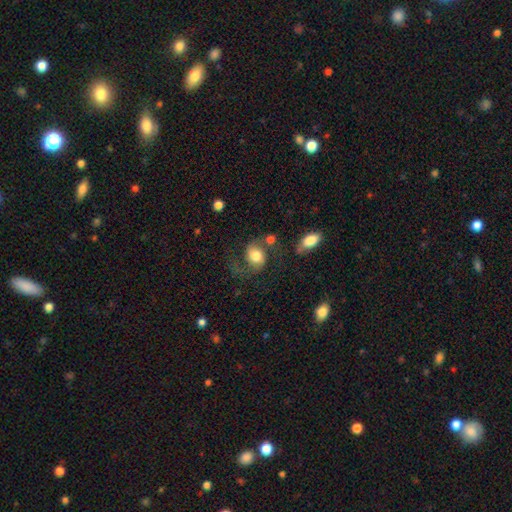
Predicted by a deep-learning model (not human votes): This is possibly a smooth galaxy (57%). How rounded: possibly in between (51%). Merging: possibly none (48%).